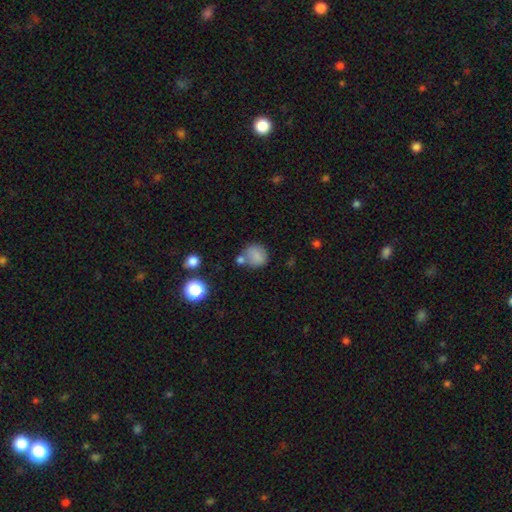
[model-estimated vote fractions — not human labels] The model was most divided on "merging": none: 59%, merger: 18%, minor disturbance: 17%, major disturbance: 6%. More confident: smooth or featured — smooth (81%); how rounded — round (79%).